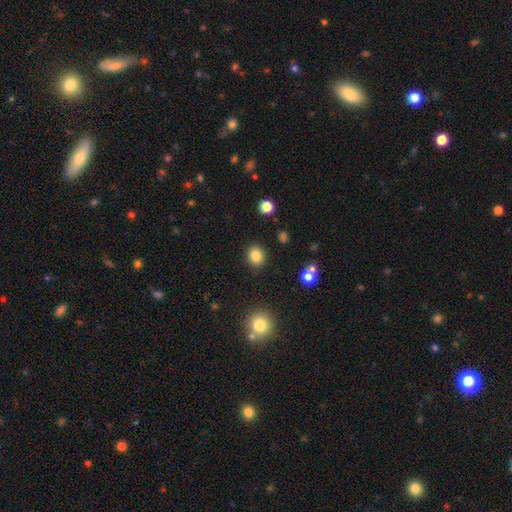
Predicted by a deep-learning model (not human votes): smooth 84%, star or artifact 11%, featured or disk 6%. Down the decision tree: how rounded — round (74%); merging — none (89%).